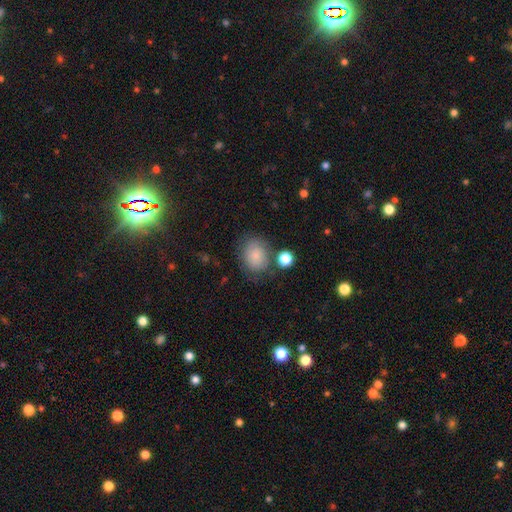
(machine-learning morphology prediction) type=smooth (77%); roundness=in between (52%); merging=none (64%).